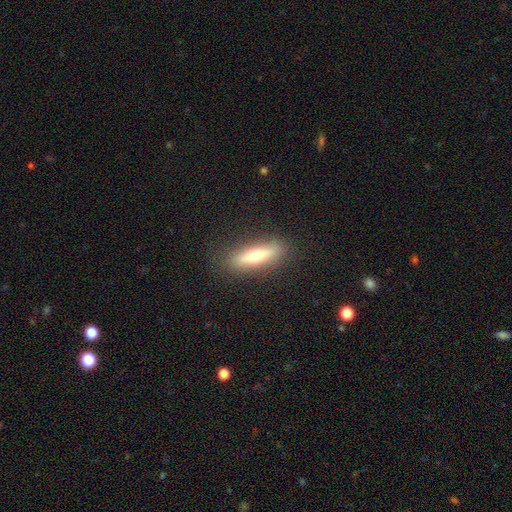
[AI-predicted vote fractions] Smooth or featured? Predicted: smooth (p=0.57). How rounded? Predicted: cigar-shaped (p=0.70). Merging? Predicted: none (p=0.87).